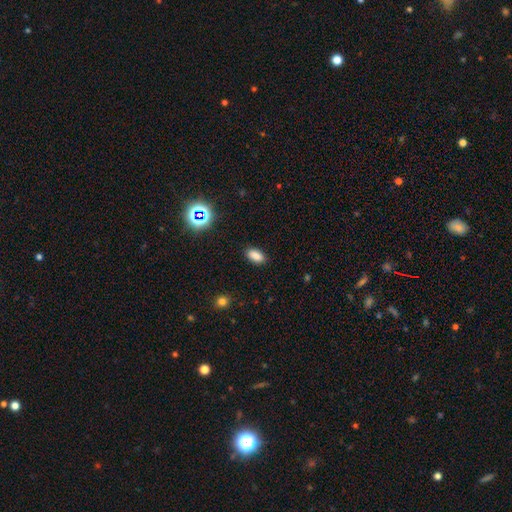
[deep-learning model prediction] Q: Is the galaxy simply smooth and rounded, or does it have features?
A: smooth — 83%.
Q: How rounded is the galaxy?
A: in between — 90%.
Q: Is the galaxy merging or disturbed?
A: none — 87%.